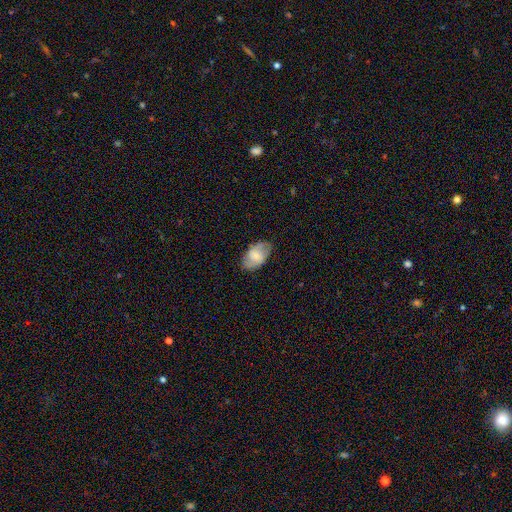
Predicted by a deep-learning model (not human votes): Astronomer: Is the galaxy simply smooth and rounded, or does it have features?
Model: smooth — 47% (runner-up: featured or disk, 46%).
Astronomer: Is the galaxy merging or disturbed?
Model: none — 77%.